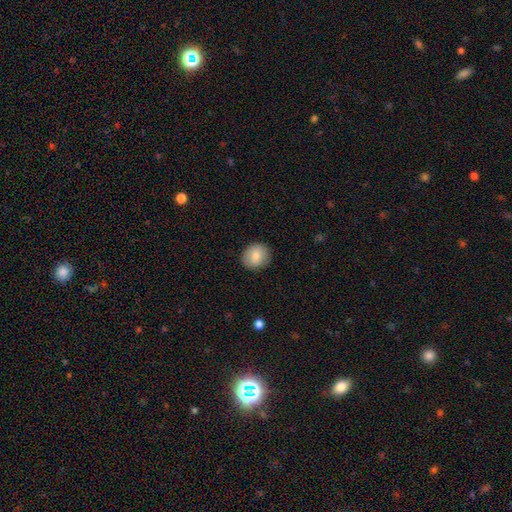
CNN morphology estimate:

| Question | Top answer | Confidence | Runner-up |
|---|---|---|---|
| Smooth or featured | smooth | 82% | featured or disk (10%) |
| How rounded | round | 81% | in between (18%) |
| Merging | none | 88% | minor disturbance (9%) |